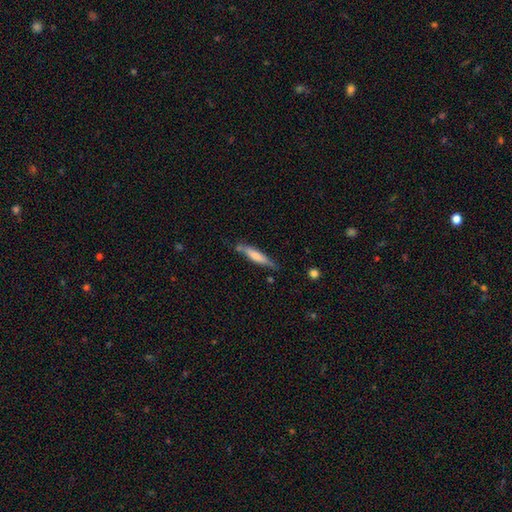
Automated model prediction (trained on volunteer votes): This appears to be a smooth galaxy with no disk features (63%) that is cigar-shaped (85%). Merging: none (68%).